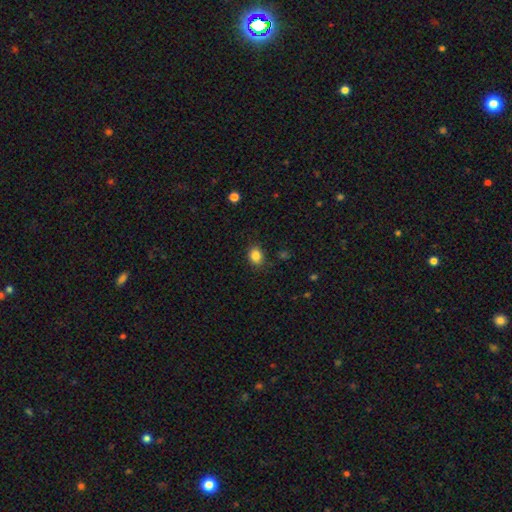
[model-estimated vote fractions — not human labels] Smooth or featured? smooth (84%)
How rounded? in between (56%)
Merging? none (86%)